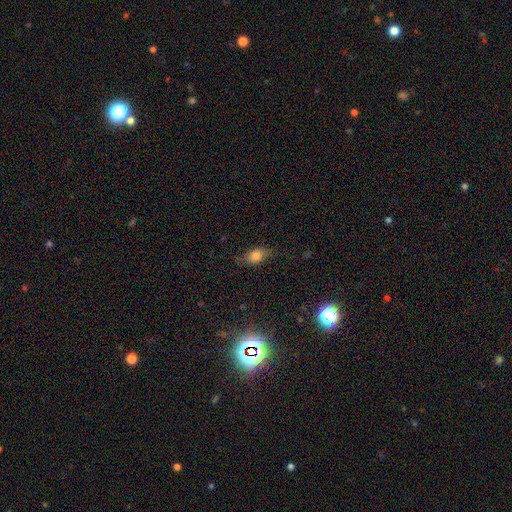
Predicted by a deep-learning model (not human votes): Q: Smooth or featured?
A: smooth (75%); runner-up: featured or disk (15%)
Q: How rounded?
A: in between (80%); runner-up: round (14%)
Q: Merging?
A: none (69%); runner-up: minor disturbance (22%)